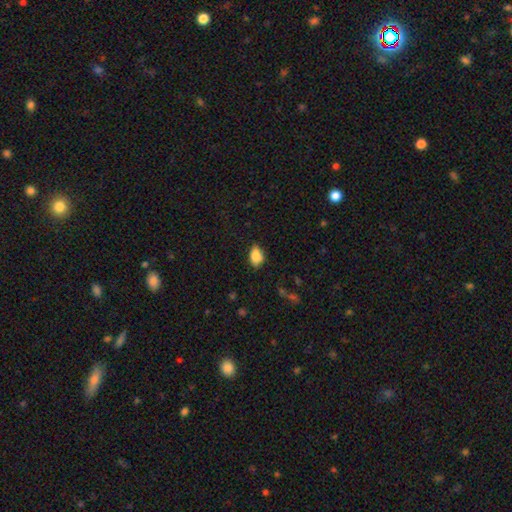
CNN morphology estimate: type=smooth (85%); roundness=in between (85%); merging=none (74%).